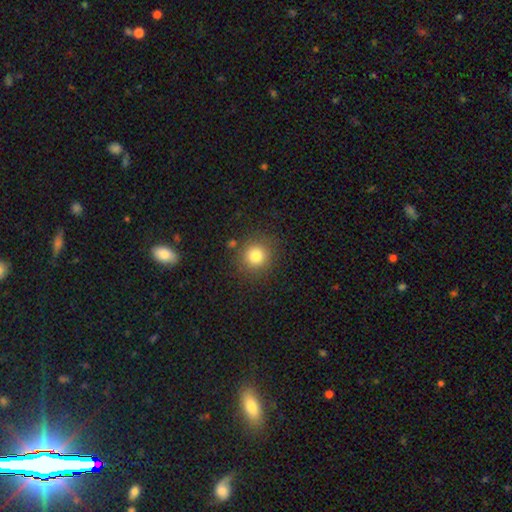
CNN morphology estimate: Smooth or featured?
  - smooth: 80% *
  - star or artifact: 13%
  - featured or disk: 7%
How rounded?
  - round: 91% *
  - in between: 8%
  - cigar-shaped: 1%
Merging?
  - none: 85% *
  - minor disturbance: 9%
  - major disturbance: 3%
  - merger: 3%